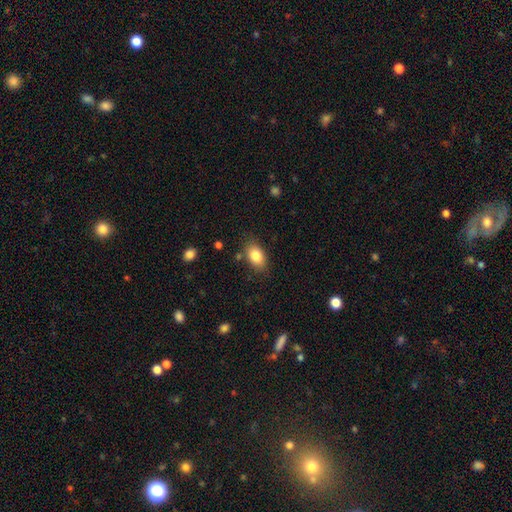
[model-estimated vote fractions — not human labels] This is clearly a smooth galaxy (84%). How rounded: clearly in between (88%). Merging: clearly none (82%).